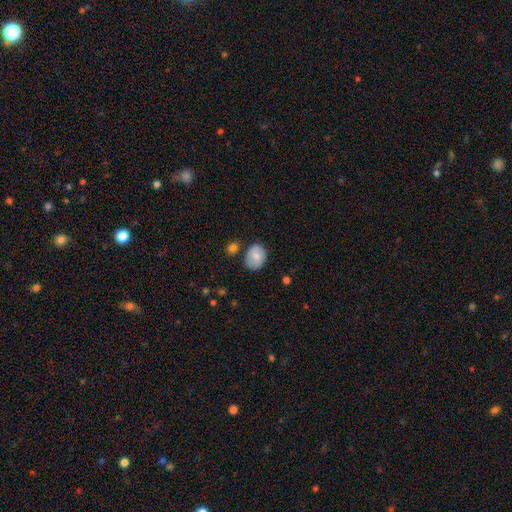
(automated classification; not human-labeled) Smooth or featured? smooth (74%)
How rounded? in between (56%)
Merging? none (70%)